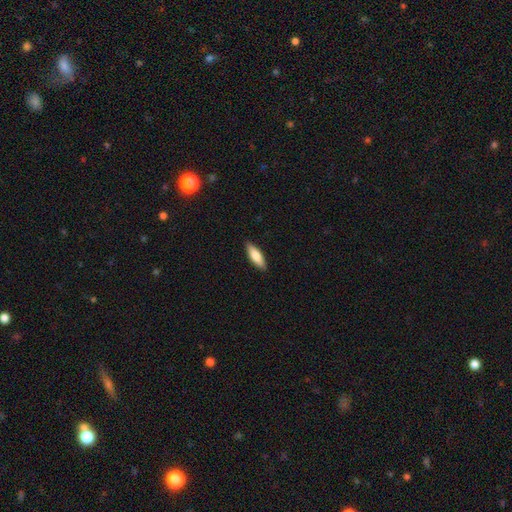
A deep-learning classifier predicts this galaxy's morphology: type=smooth (75%); roundness=in between (52%); merging=none (88%).